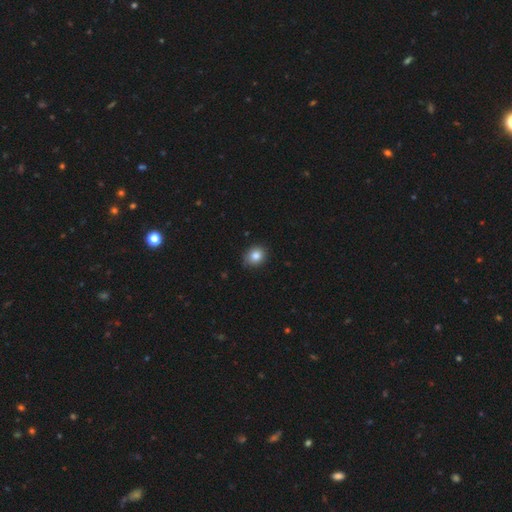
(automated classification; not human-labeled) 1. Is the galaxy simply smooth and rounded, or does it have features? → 84% smooth, 10% star or artifact, 6% featured or disk.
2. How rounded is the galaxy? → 66% round, 33% in between, 1% cigar-shaped.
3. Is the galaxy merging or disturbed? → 84% none, 13% minor disturbance, 2% major disturbance, 1% merger.